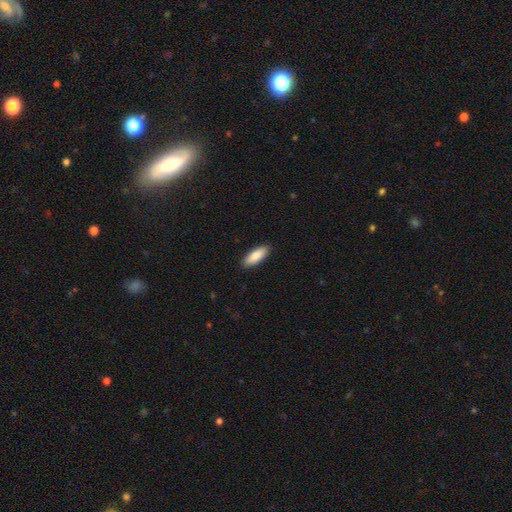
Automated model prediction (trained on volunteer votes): Overall: smooth (88%). How rounded: in between (69%). Merging: none (90%).